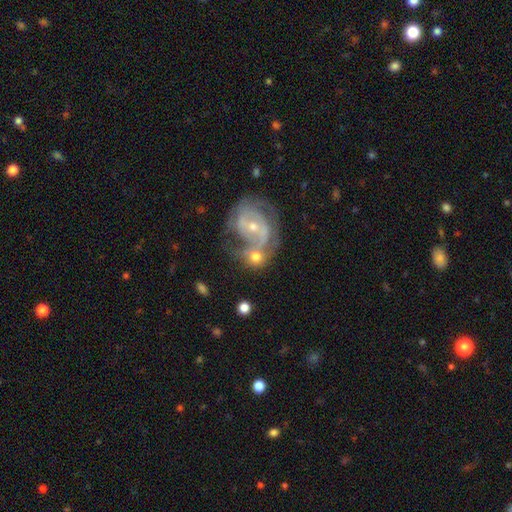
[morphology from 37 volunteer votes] smooth-or-featured: featured or disk: 84% | smooth: 11% | star or artifact: 5%
  disk-edge-on: no: 97% | yes: 3%
    bar: weak: 47% | no: 30% | strong: 23%
    has-spiral-arms: yes: 97% | no: 3%
      spiral-winding: medium: 59% | tight: 24% | loose: 17%
      spiral-arm-count: 2: 66% | can't tell: 24% | 3: 7% | 1: 3% | 4: 0% | more than 4: 0%
    bulge-size: small: 67% | moderate: 33% | dominant: 0% | large: 0% | none: 0%
  merging: none: 31% (tied) | merger: 31% (tied) | minor disturbance: 23% | major disturbance: 14%